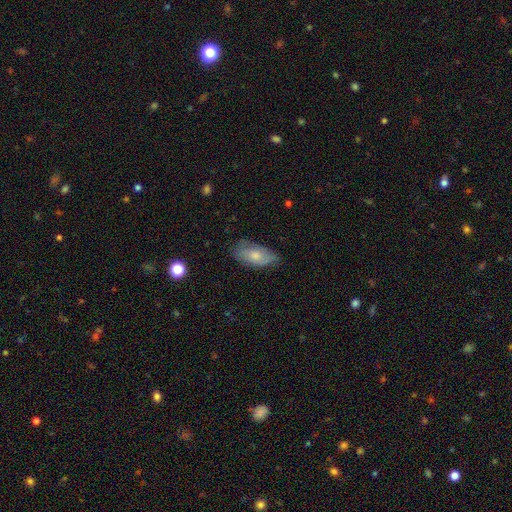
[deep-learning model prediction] Morphology: type=smooth (64%); roundness=in between (91%); merging=none (64%).